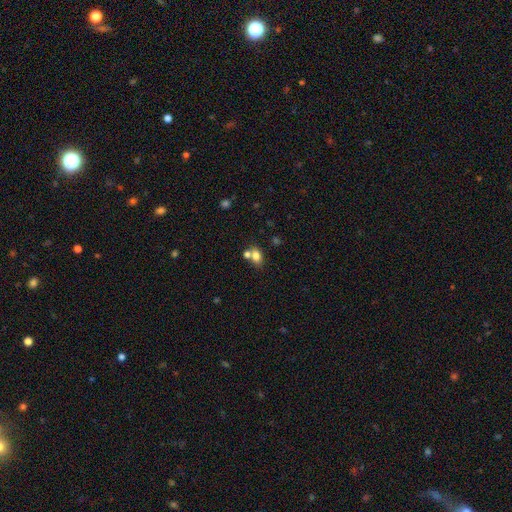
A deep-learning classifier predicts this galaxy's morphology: Smooth or featured? Predicted: smooth (p=0.78). How rounded? Predicted: in between (p=0.77). Merging? Predicted: none (p=0.50).